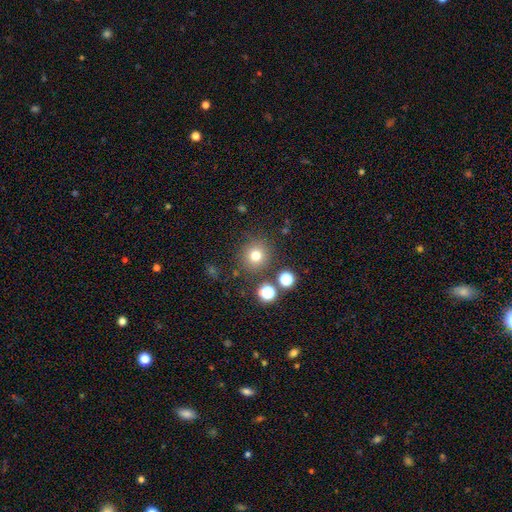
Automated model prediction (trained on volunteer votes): This appears to be a smooth galaxy with no disk features (75%) that is round (93%). Merging: none (83%).